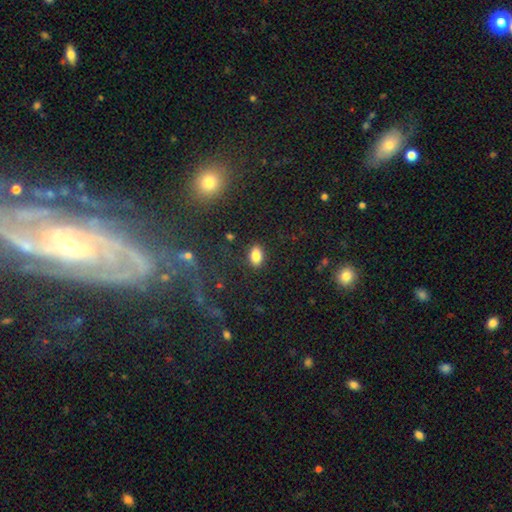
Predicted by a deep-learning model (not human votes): Overall: smooth (84%). How rounded: in between (88%). Merging: none (86%).